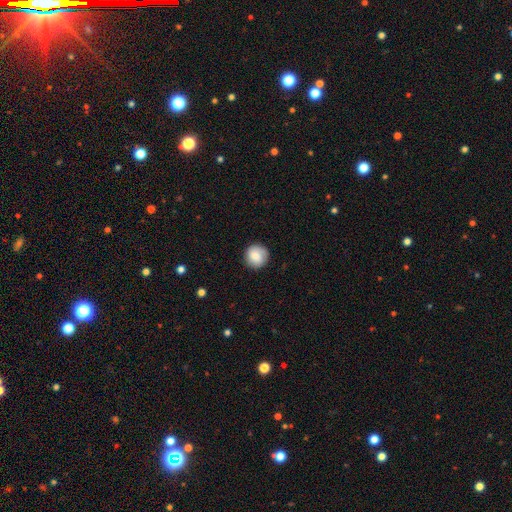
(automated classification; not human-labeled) Q: Smooth or featured?
A: smooth (83%); runner-up: featured or disk (9%)
Q: How rounded?
A: round (93%); runner-up: in between (6%)
Q: Merging?
A: none (86%); runner-up: minor disturbance (10%)